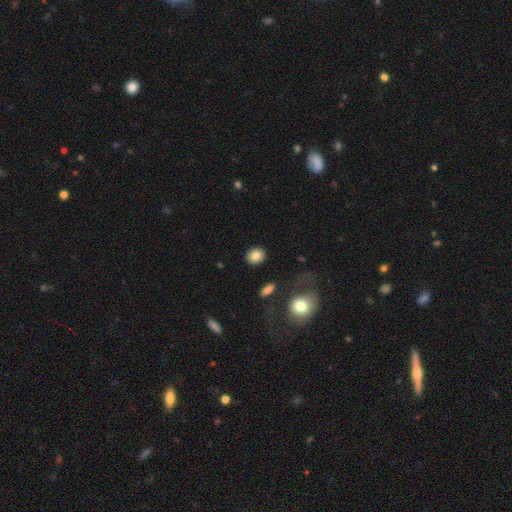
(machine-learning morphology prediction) The model was most divided on "how rounded": round: 60%, in between: 39%, cigar-shaped: 1%. More confident: merging — none (88%); smooth or featured — smooth (82%).